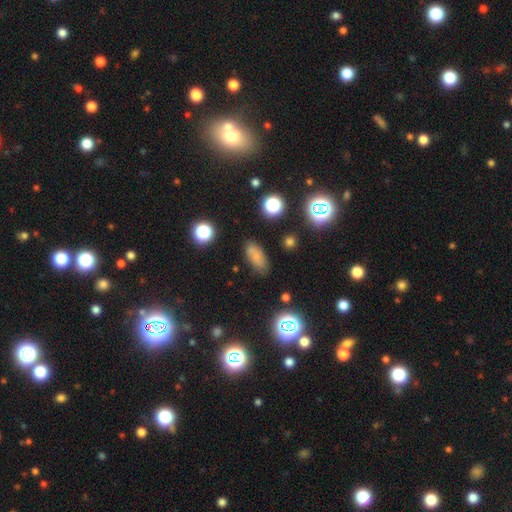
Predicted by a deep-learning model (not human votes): A smooth galaxy with no disk features (70%) that is in between round and cigar-shaped (83%). Merging: none (76%).